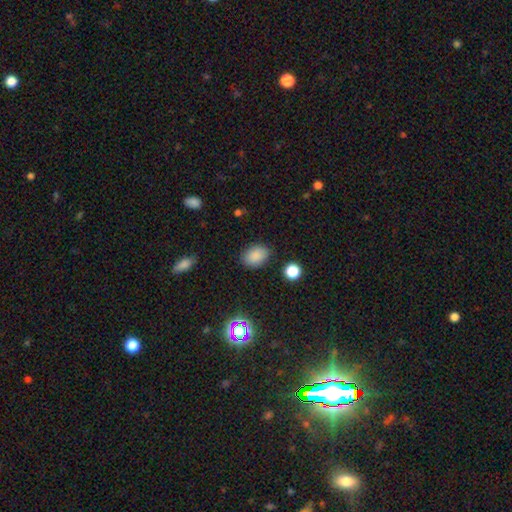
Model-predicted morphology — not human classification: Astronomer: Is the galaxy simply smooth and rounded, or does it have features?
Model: smooth — 85%.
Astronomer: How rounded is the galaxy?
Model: in between — 77%.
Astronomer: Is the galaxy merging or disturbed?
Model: none — 84%.